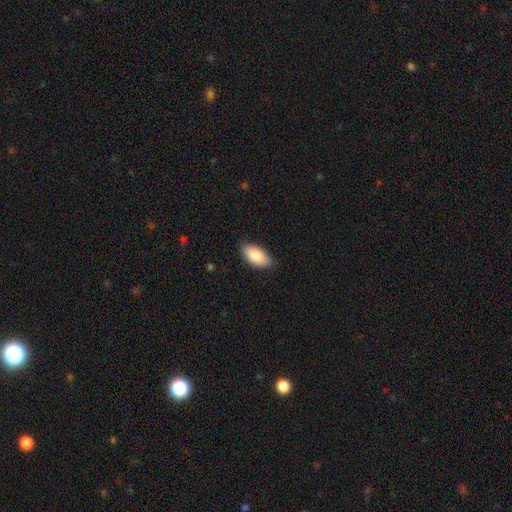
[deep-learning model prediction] Smooth or featured? Predicted: smooth (p=0.87). How rounded? Predicted: in between (p=0.93). Merging? Predicted: none (p=0.82).